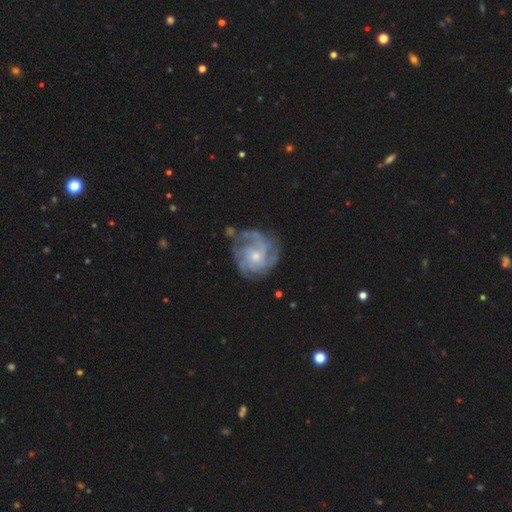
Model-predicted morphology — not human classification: Smooth or featured?
  - featured or disk: 84% *
  - smooth: 10%
  - star or artifact: 6%
Edge-on disk?
  - no: 98% *
  - yes: 2%
Bar?
  - no: 76% *
  - weak: 21%
  - strong: 3%
Spiral arms?
  - yes: 94% *
  - no: 6%
Spiral winding?
  - tight: 56% *
  - medium: 34%
  - loose: 10%
Spiral arm count?
  - can't tell: 29% *
  - 4: 25%
  - 3: 19%
  - more than 4: 10%
  - 2: 10%
  - 1: 6%
Bulge size?
  - small: 51% *
  - moderate: 44%
  - large: 2%
  - none: 2%
  - dominant: 1%
Merging?
  - none: 68% *
  - minor disturbance: 19%
  - major disturbance: 11%
  - merger: 3%